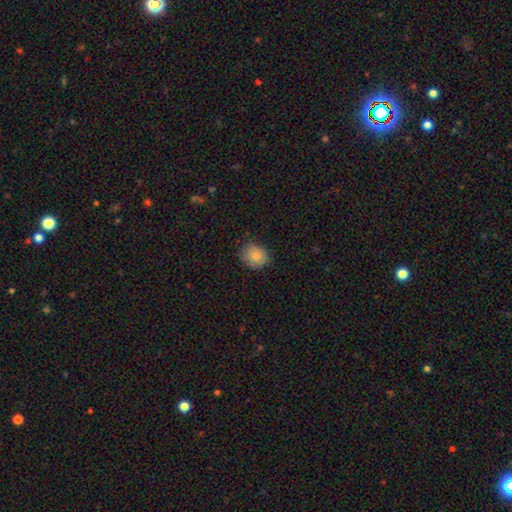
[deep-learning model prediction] smooth_or_featured: smooth (p=0.85) [alt: star or artifact p=0.08]
how_rounded: round (p=0.69) [alt: in between p=0.30]
merging: none (p=0.74) [alt: minor disturbance p=0.20]